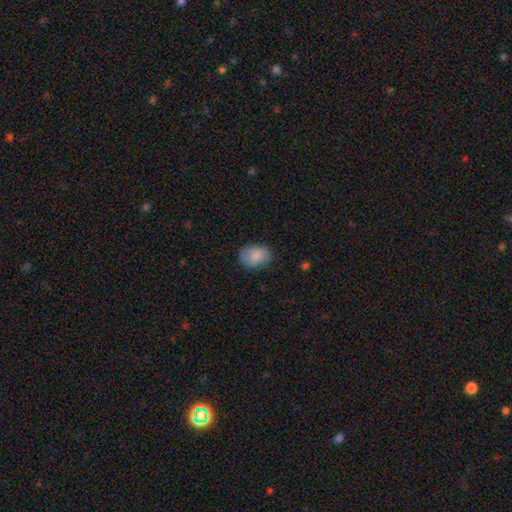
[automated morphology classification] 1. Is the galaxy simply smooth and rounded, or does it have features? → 85% smooth, 8% featured or disk, 7% star or artifact.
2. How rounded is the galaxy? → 71% in between, 28% round, 1% cigar-shaped.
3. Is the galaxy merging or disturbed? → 75% none, 19% minor disturbance, 4% major disturbance, 1% merger.